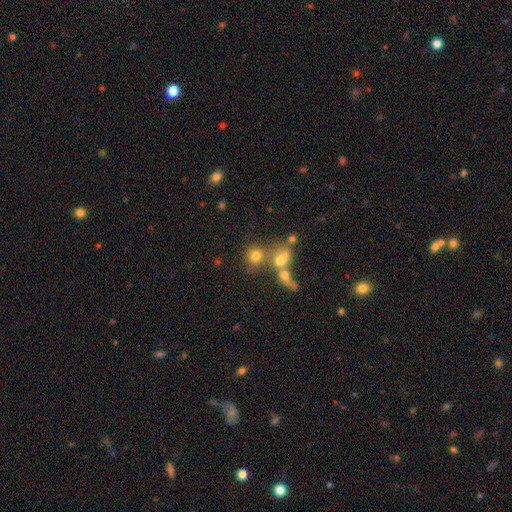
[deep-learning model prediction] Smooth or featured?
  - smooth: 70% *
  - star or artifact: 15%
  - featured or disk: 14%
How rounded?
  - round: 80% *
  - in between: 18%
  - cigar-shaped: 2%
Merging?
  - merger: 43% *
  - none: 42%
  - minor disturbance: 8%
  - major disturbance: 7%